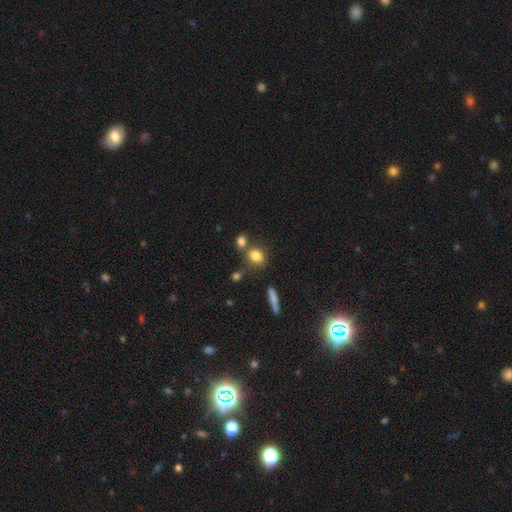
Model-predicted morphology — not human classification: smooth_or_featured: smooth (p=0.82) [alt: star or artifact p=0.10]
how_rounded: round (p=0.57) [alt: in between p=0.40]
merging: none (p=0.60) [alt: merger p=0.22]